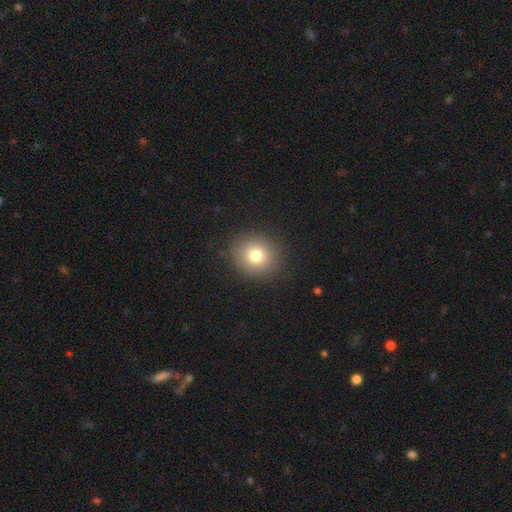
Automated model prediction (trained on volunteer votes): A smooth galaxy with no disk features (78%) that is round (82%). Merging: none (89%).